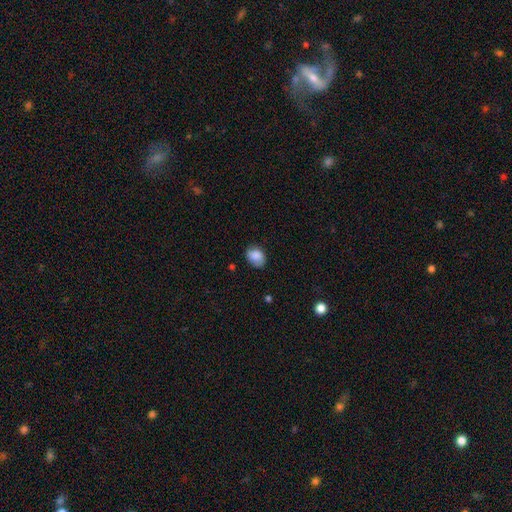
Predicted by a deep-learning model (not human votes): This is clearly a smooth galaxy (85%). How rounded: likely in between (68%). Merging: likely none (69%).